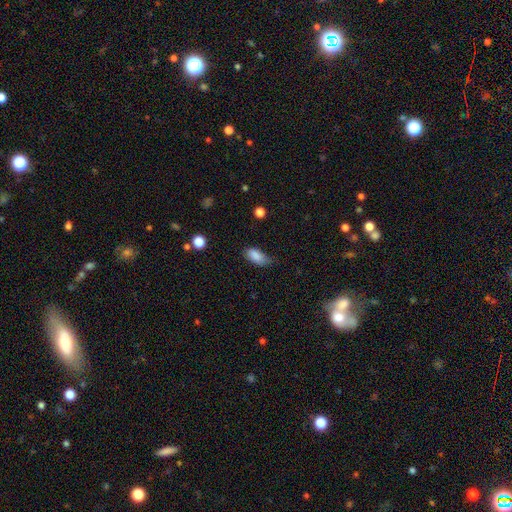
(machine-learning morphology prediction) A smooth galaxy with no disk features (87%) that is in between round and cigar-shaped (90%). Merging: none (56%).